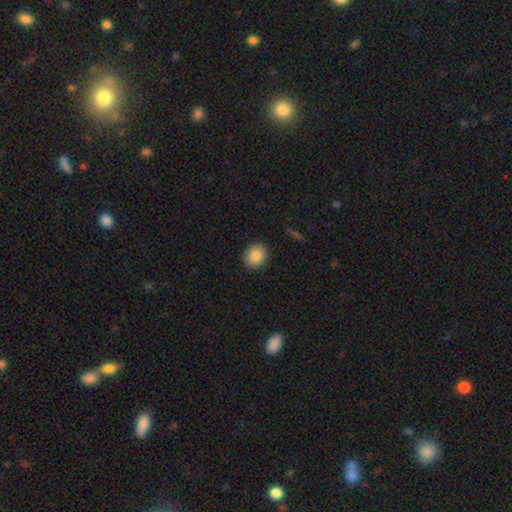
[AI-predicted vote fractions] smooth_or_featured: smooth (p=0.86) [alt: star or artifact p=0.08]
how_rounded: round (p=0.67) [alt: in between p=0.32]
merging: none (p=0.90) [alt: minor disturbance p=0.07]